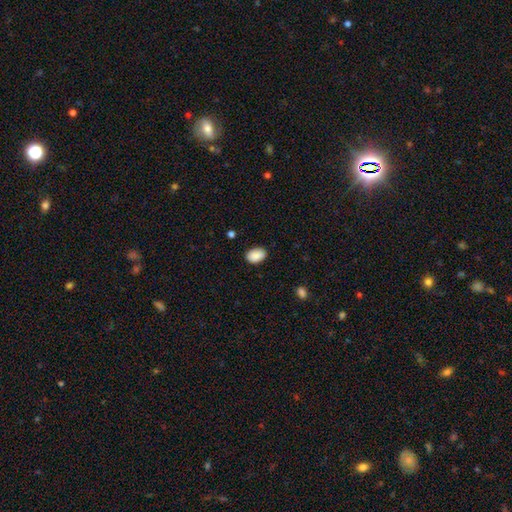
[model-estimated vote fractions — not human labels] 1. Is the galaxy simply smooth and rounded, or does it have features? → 90% smooth, 7% star or artifact, 3% featured or disk.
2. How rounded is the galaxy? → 87% in between, 12% round, 1% cigar-shaped.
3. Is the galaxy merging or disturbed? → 86% none, 11% minor disturbance, 2% major disturbance, 1% merger.